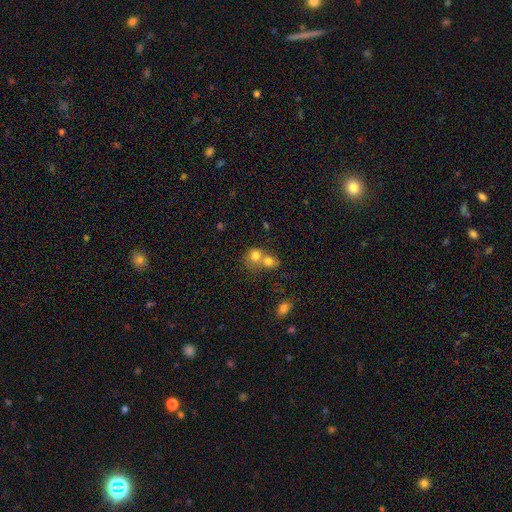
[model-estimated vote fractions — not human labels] Smooth or featured?
  - smooth: 76% *
  - featured or disk: 13%
  - star or artifact: 11%
How rounded?
  - round: 70% *
  - in between: 29%
  - cigar-shaped: 1%
Merging?
  - merger: 65% *
  - none: 26%
  - minor disturbance: 6%
  - major disturbance: 3%